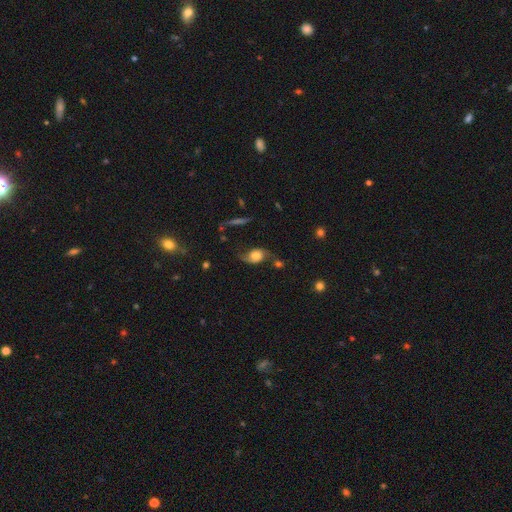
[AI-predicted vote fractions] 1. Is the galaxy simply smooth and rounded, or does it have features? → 62% featured or disk, 29% smooth, 10% star or artifact.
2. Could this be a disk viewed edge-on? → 93% no, 7% yes.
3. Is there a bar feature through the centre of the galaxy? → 73% no, 23% weak, 5% strong.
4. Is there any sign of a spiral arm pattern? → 91% yes, 9% no.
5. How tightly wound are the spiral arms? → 74% loose, 20% medium, 6% tight.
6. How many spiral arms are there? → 88% 2, 6% 1, 3% can't tell, 1% 3, 1% 4, 1% more than 4.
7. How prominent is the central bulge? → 42% large, 33% moderate, 11% dominant, 10% small, 4% none.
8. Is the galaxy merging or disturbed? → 56% none, 22% minor disturbance, 14% major disturbance, 8% merger.